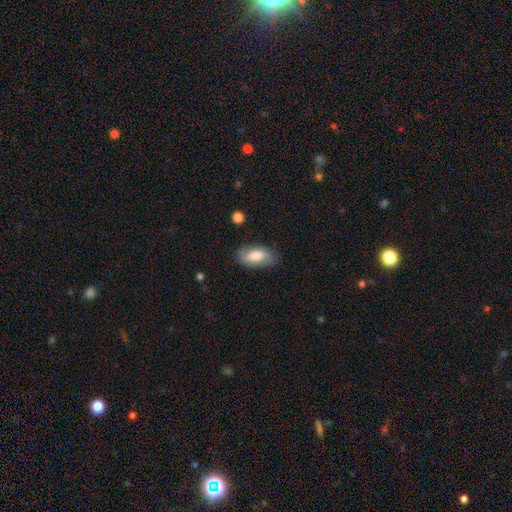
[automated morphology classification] Overall: smooth (65%; featured or disk 28%). How rounded: in between (92%). Merging: none (79%).